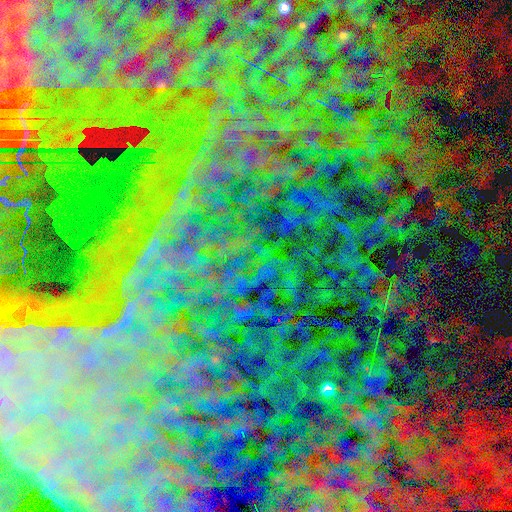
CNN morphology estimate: This appears to be a star or artifact, not a galaxy (85%).